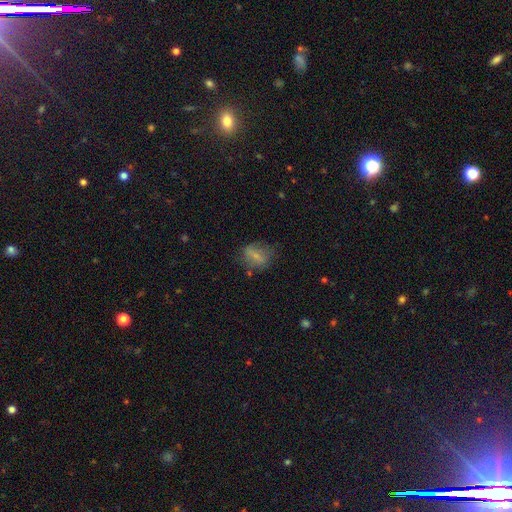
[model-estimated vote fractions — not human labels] smooth-or-featured: smooth: 55% | featured or disk: 35% | star or artifact: 10%
  how-rounded: in between: 54% | round: 40% | cigar-shaped: 6%
  merging: none: 60% | minor disturbance: 24% | major disturbance: 13% | merger: 3%